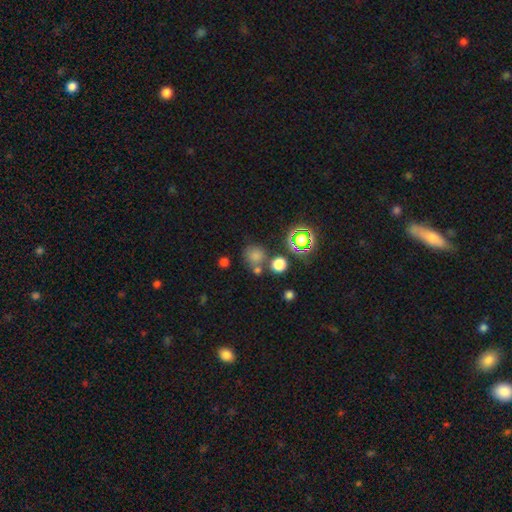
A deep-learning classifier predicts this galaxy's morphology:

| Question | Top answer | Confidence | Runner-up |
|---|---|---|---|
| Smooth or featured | smooth | 71% | star or artifact (21%) |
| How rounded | round | 86% | in between (13%) |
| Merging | none | 63% | merger (22%) |